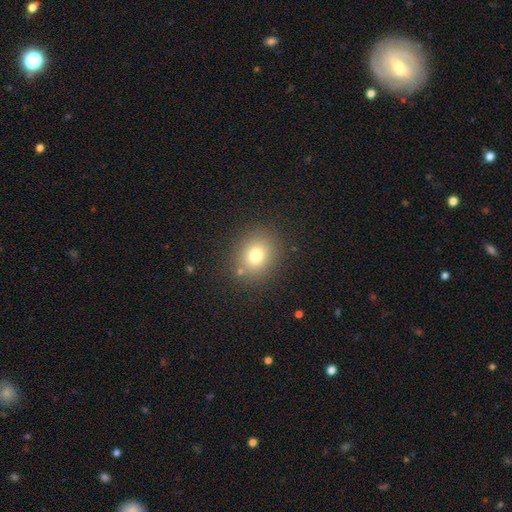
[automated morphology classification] smooth 75%, star or artifact 14%, featured or disk 11%. Down the decision tree: how rounded — round (67%); merging — none (84%).